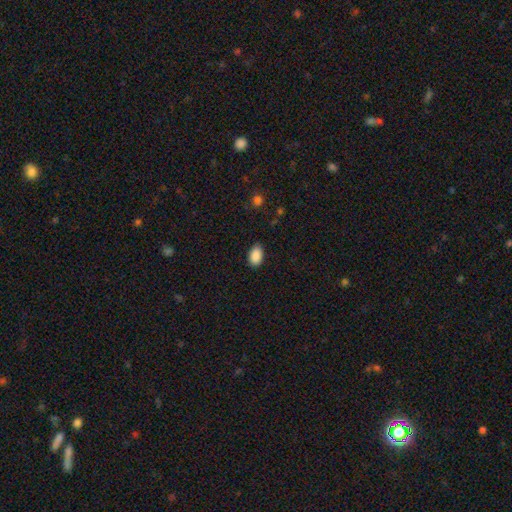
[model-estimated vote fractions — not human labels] This appears to be a smooth galaxy with no disk features (90%) that is in between round and cigar-shaped (91%). Merging: none (84%).